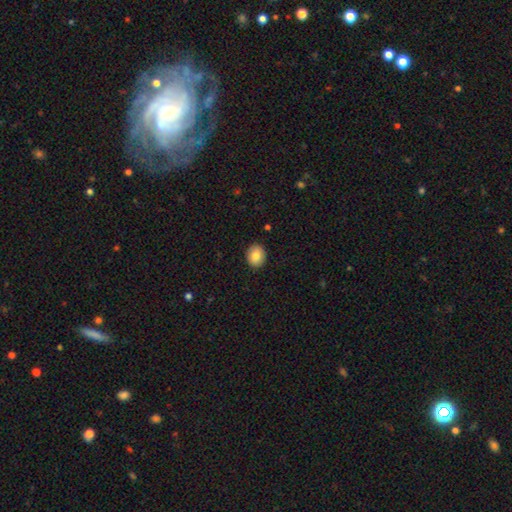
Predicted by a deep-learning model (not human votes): A smooth galaxy with no disk features (84%) that is round (51%). Merging: none (91%).